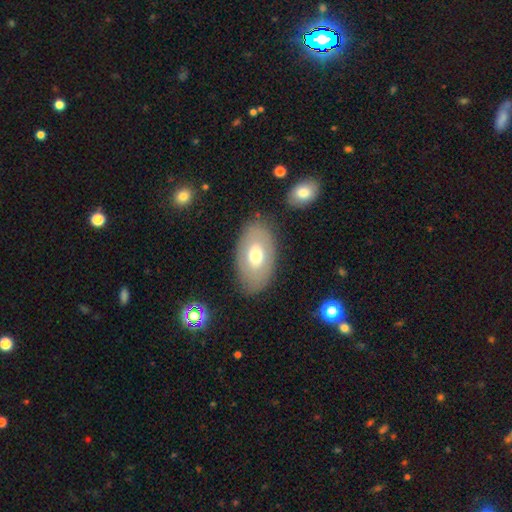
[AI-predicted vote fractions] Smooth or featured? smooth (60%)
How rounded? in between (92%)
Merging? none (81%)